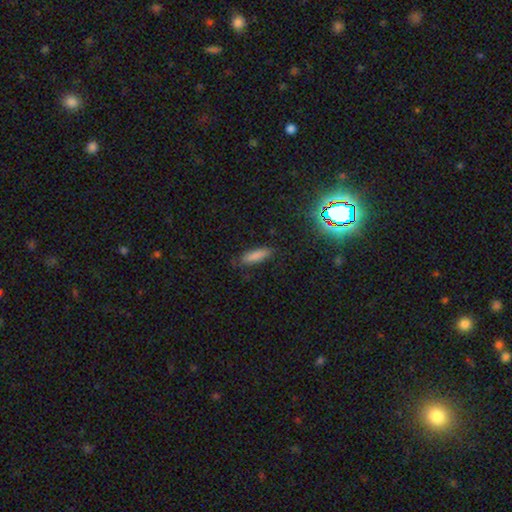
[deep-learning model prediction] Smooth or featured?
  - smooth: 81% *
  - star or artifact: 11%
  - featured or disk: 8%
How rounded?
  - cigar-shaped: 59% *
  - in between: 39%
  - round: 2%
Merging?
  - none: 80% *
  - minor disturbance: 15%
  - major disturbance: 3%
  - merger: 1%